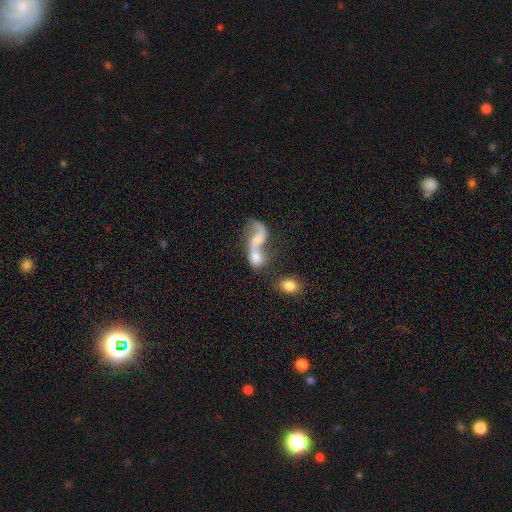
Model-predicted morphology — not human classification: Smooth or featured? Predicted: featured or disk (p=0.62). Edge-on disk? Predicted: no (p=0.95). Bar? Predicted: no (p=0.57). Spiral arms? Predicted: yes (p=0.77). Bulge size? Predicted: small (p=0.38). Merging? Predicted: merger (p=0.67).